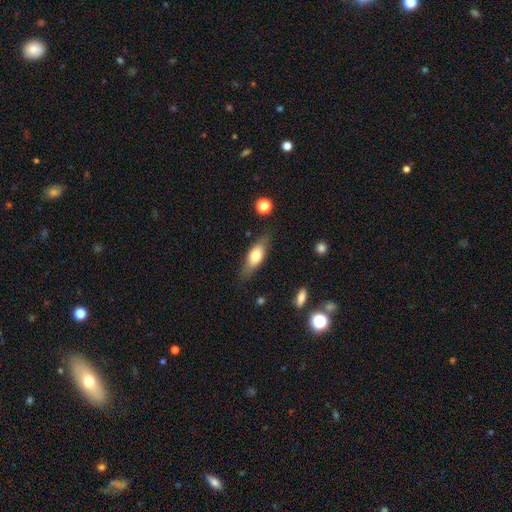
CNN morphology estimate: This is likely a smooth galaxy (66%). How rounded: likely in between (63%). Merging: likely none (79%).